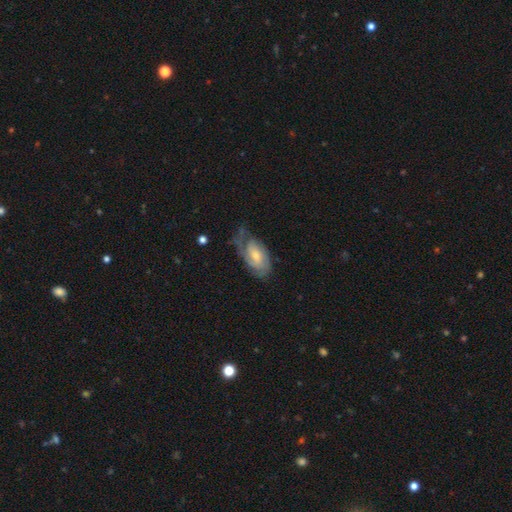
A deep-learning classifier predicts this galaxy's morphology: smooth-or-featured: featured or disk: 65% | smooth: 29% | star or artifact: 6%
  disk-edge-on: no: 95% | yes: 5%
    bar: no: 54% | weak: 39% | strong: 7%
    has-spiral-arms: yes: 87% | no: 13%
      spiral-winding: tight: 49% | medium: 36% | loose: 15%
      spiral-arm-count: 2: 39% | can't tell: 32% | 1: 15% | 3: 8% | 4: 3% | more than 4: 2%
    bulge-size: small: 52% | moderate: 41% | large: 3% | none: 3% | dominant: 1%
  merging: none: 45% | minor disturbance: 30% | major disturbance: 23% | merger: 2%